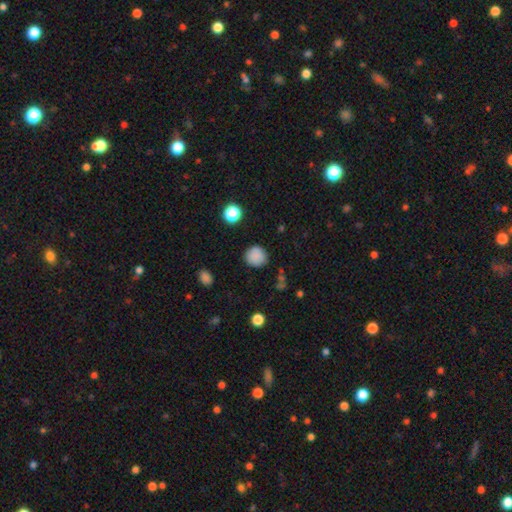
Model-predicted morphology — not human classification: smooth-or-featured: smooth: 84% | star or artifact: 11% | featured or disk: 5%
  how-rounded: round: 89% | in between: 11% | cigar-shaped: 1%
  merging: none: 81% | minor disturbance: 13% | major disturbance: 3% | merger: 2%